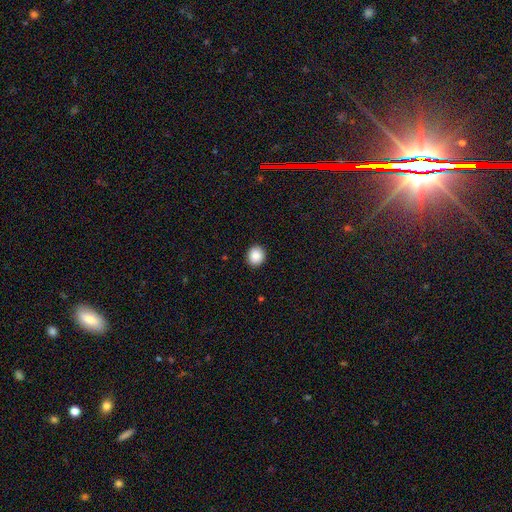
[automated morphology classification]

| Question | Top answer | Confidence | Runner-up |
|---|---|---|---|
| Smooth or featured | smooth | 89% | star or artifact (8%) |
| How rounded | round | 83% | in between (16%) |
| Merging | none | 92% | minor disturbance (5%) |